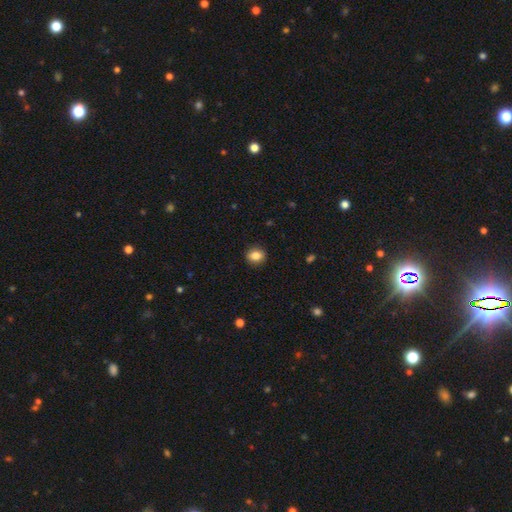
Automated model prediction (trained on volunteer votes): Overall: smooth (84%). How rounded: round (61%; in between 37%). Merging: none (89%).